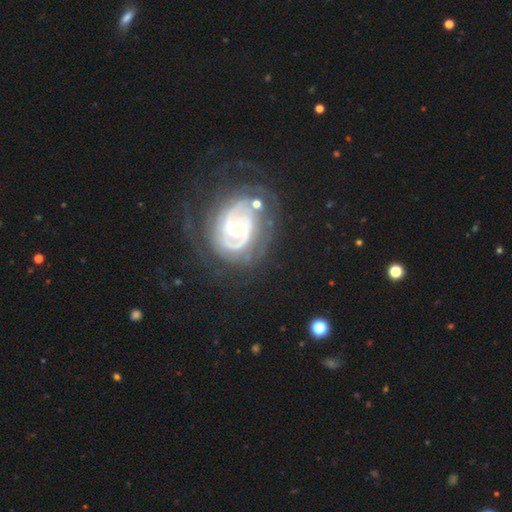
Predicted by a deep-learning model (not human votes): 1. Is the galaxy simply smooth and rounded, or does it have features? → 79% featured or disk, 11% smooth, 10% star or artifact.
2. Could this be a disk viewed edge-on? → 96% no, 4% yes.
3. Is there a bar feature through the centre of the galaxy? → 37% weak, 36% no, 27% strong.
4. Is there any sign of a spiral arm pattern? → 81% yes, 19% no.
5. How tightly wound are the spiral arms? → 59% tight, 29% medium, 12% loose.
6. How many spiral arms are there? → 45% 2, 31% can't tell, 8% 3, 7% 1, 5% 4, 5% more than 4.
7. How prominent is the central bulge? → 47% moderate, 39% small, 10% large, 2% dominant, 2% none.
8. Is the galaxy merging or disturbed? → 67% none, 16% minor disturbance, 14% major disturbance, 3% merger.